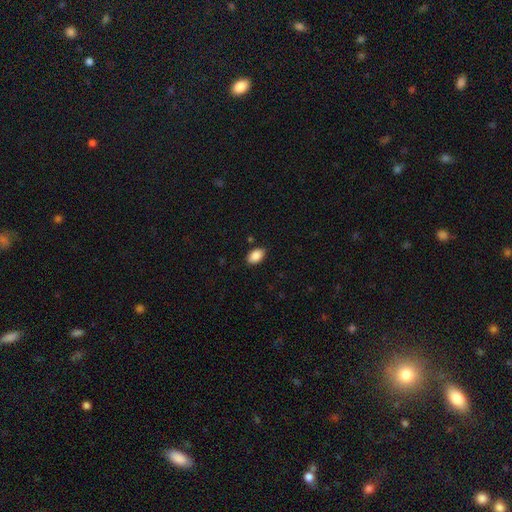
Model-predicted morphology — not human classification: A smooth galaxy with no disk features (89%) that is in between round and cigar-shaped (91%).

Vote fractions:
- Smooth or featured? smooth: 89% / star or artifact: 7% / featured or disk: 4%
- How rounded? in between: 91% / round: 8% / cigar-shaped: 1%
- Merging? none: 86% / minor disturbance: 11% / major disturbance: 2% / merger: 1%